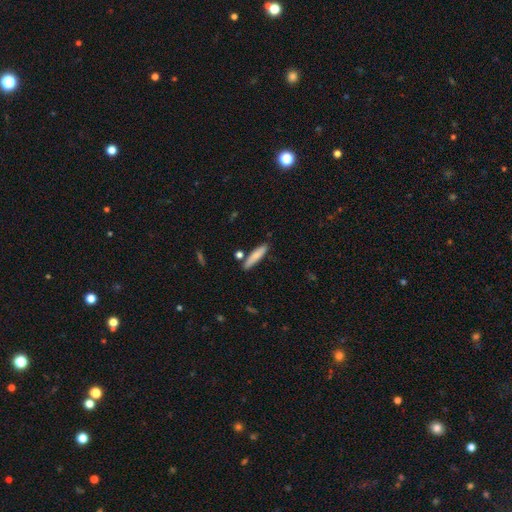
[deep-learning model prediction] Smooth or featured?
  - smooth: 76% *
  - featured or disk: 18%
  - star or artifact: 6%
How rounded?
  - cigar-shaped: 81% *
  - in between: 17%
  - round: 2%
Merging?
  - none: 81% *
  - minor disturbance: 12%
  - merger: 5%
  - major disturbance: 2%